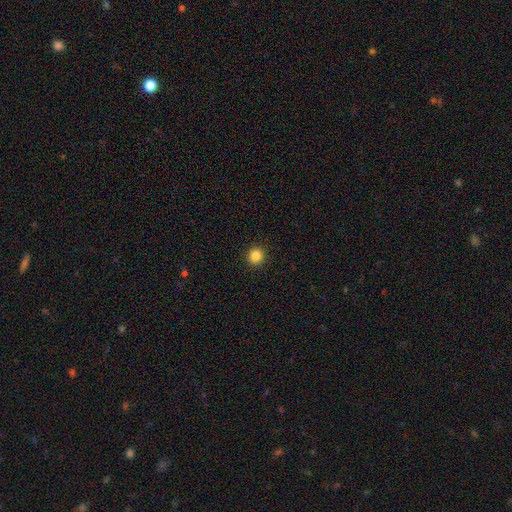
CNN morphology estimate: smooth_or_featured: smooth (p=0.86) [alt: star or artifact p=0.11]
how_rounded: round (p=0.93) [alt: in between p=0.06]
merging: none (p=0.93) [alt: minor disturbance p=0.04]